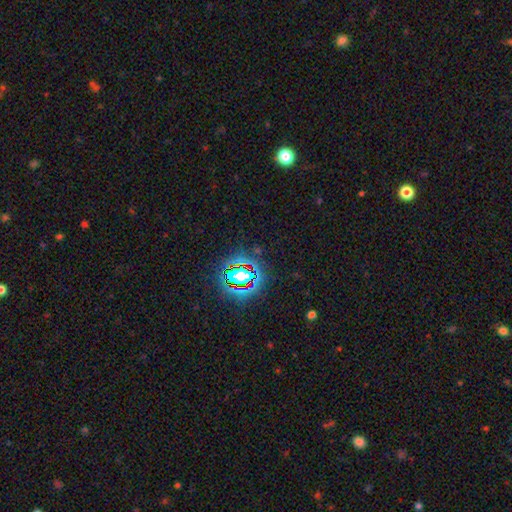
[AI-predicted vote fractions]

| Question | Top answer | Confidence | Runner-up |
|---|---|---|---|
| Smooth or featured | star or artifact | 79% | smooth (13%) |